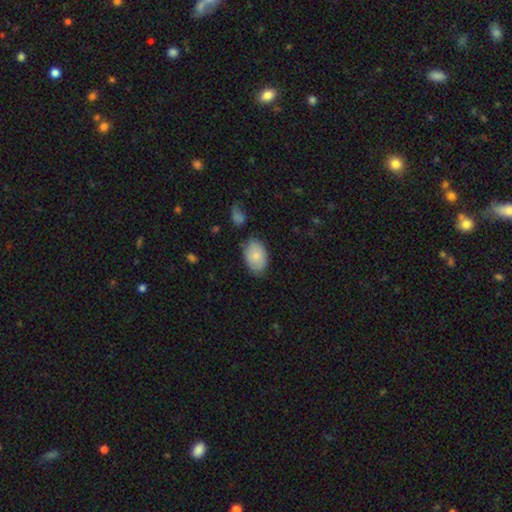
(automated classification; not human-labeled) This is likely a smooth galaxy (78%). How rounded: clearly in between (86%). Merging: likely none (76%).